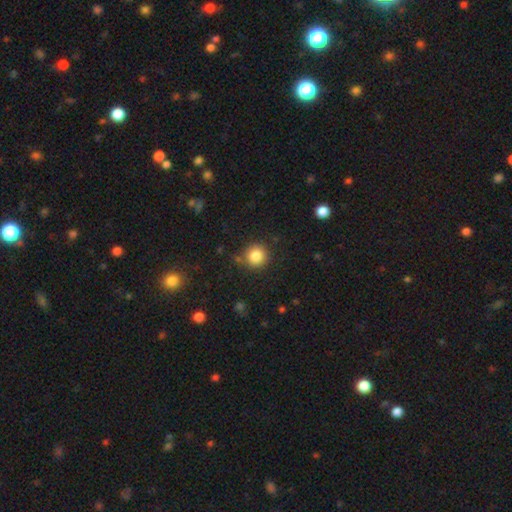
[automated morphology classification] A smooth galaxy with no disk features (83%) that is round (94%). Merging: none (86%).